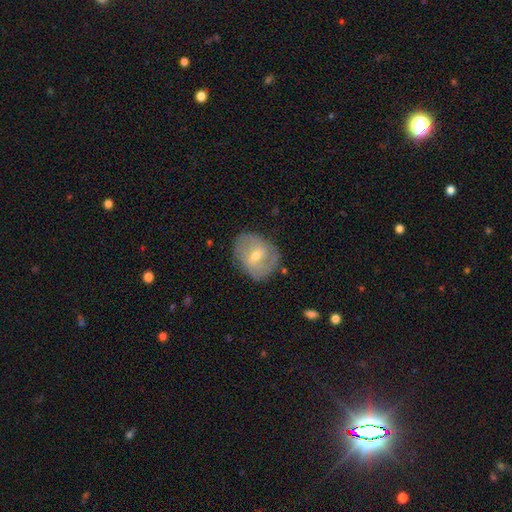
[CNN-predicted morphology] smooth_or_featured: featured or disk (p=0.65) [alt: smooth p=0.28]
disk_edge_on: no (p=0.96) [alt: yes p=0.04]
bar: weak (p=0.54) [alt: no p=0.28]
has_spiral_arms: yes (p=0.75) [alt: no p=0.25]
bulge_size: moderate (p=0.49) [alt: small p=0.48]
merging: none (p=0.74) [alt: minor disturbance p=0.19]